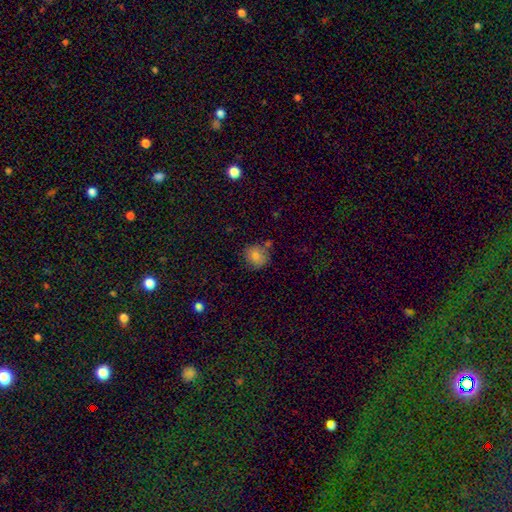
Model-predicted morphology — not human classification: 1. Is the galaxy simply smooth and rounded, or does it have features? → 82% smooth, 10% star or artifact, 8% featured or disk.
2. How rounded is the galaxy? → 83% round, 16% in between, 1% cigar-shaped.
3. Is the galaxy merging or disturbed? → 74% none, 15% minor disturbance, 8% merger, 4% major disturbance.